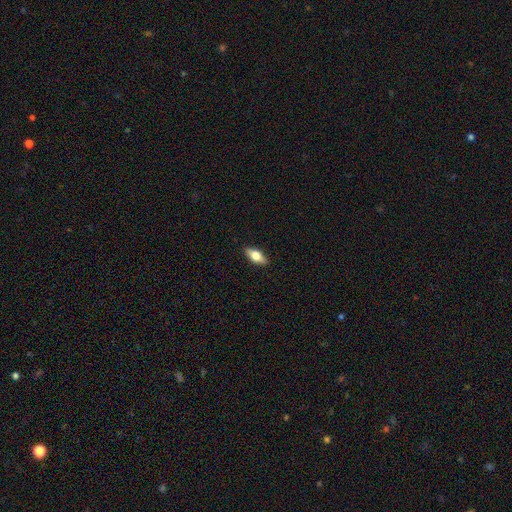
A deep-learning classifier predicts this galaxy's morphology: The model was most divided on "smooth or featured": smooth: 65%, featured or disk: 28%, star or artifact: 7%. More confident: merging — none (89%); how rounded — in between (79%).